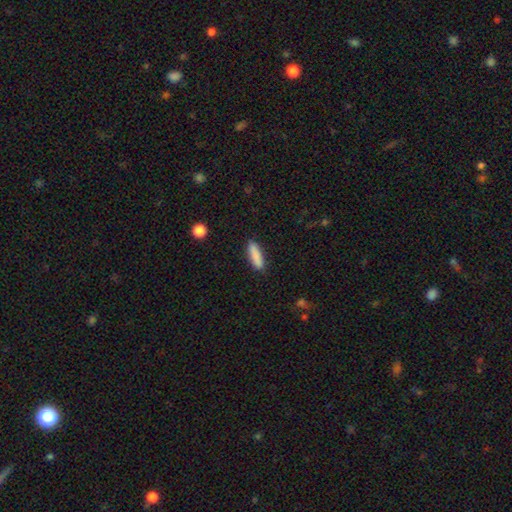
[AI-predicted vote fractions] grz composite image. It shows a smooth galaxy with no disk features (87%) that is cigar-shaped (67%). Merging: none (88%).